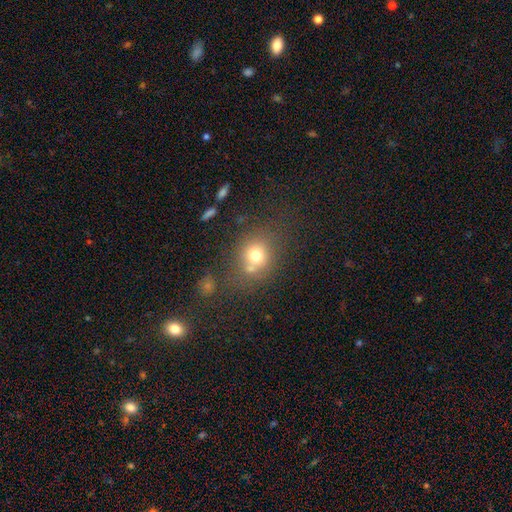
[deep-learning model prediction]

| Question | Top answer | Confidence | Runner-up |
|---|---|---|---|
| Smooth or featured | smooth | 71% | star or artifact (16%) |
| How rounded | round | 74% | in between (25%) |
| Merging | none | 59% | merger (20%) |